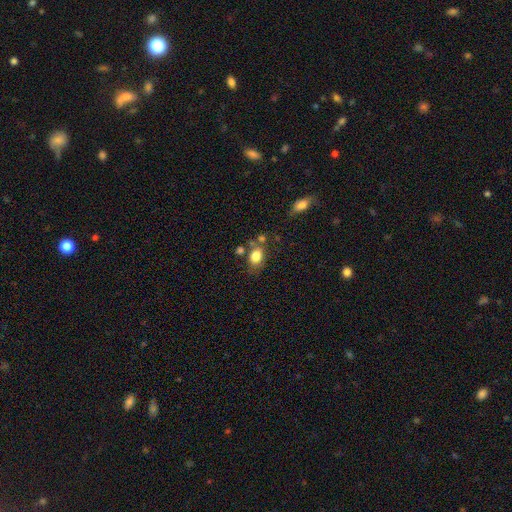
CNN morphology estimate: The model was most divided on "merging": none: 59%, minor disturbance: 18%, merger: 16%, major disturbance: 7%. More confident: smooth or featured — smooth (81%); how rounded — in between (71%).